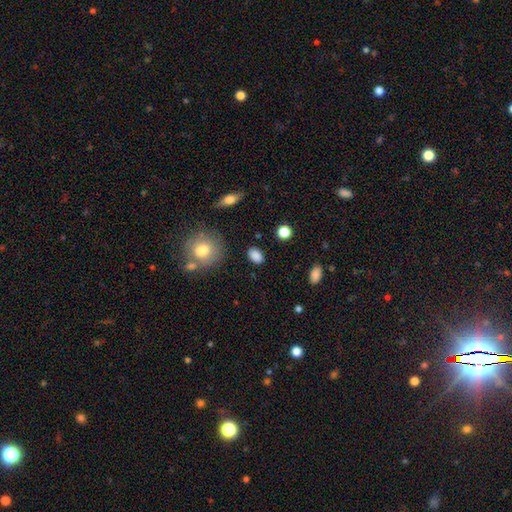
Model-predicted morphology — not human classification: smooth-or-featured: smooth: 86% | star or artifact: 9% | featured or disk: 5%
  how-rounded: in between: 85% | round: 13% | cigar-shaped: 2%
  merging: none: 84% | minor disturbance: 11% | major disturbance: 3% | merger: 2%